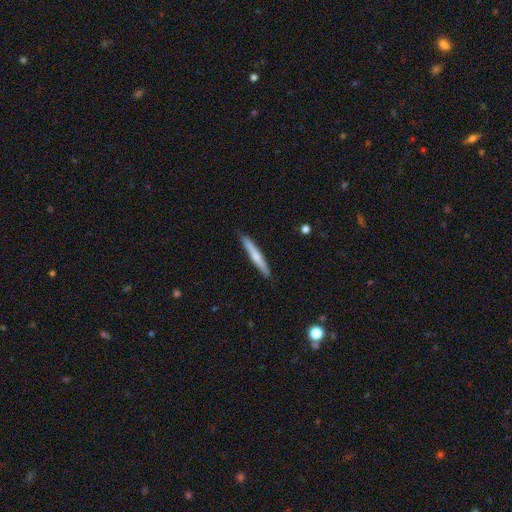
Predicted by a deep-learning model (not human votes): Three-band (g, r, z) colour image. It shows a smooth galaxy with no disk features (58%) that is cigar-shaped (96%). Merging: none (90%).